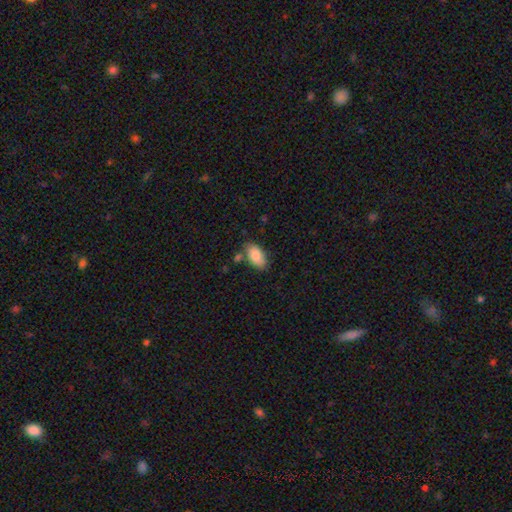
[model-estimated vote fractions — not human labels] Overall: smooth (87%). How rounded: in between (94%). Merging: none (71%).